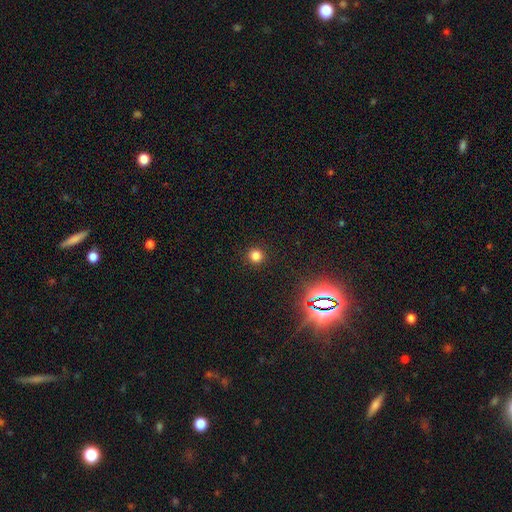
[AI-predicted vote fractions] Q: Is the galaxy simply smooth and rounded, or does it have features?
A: smooth — 79%.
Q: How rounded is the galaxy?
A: round — 95%.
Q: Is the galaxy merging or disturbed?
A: none — 92%.